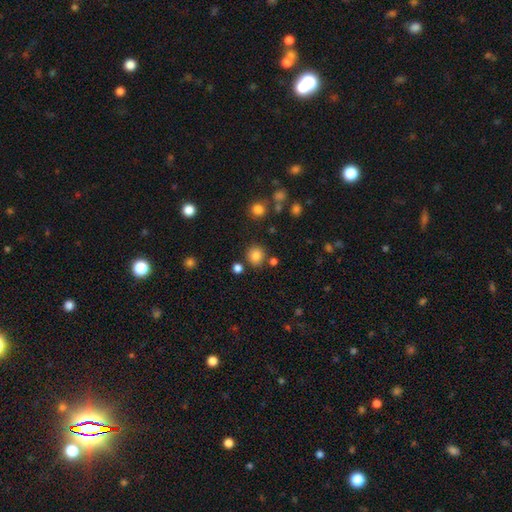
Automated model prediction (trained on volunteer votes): Overall: smooth (83%). How rounded: round (89%). Merging: none (84%).